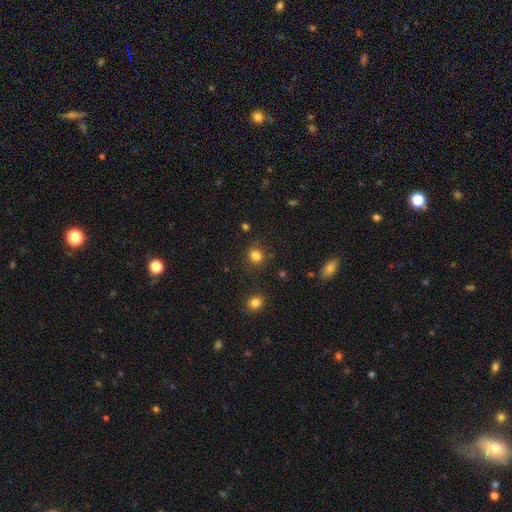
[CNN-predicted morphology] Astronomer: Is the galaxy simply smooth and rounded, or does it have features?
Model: smooth — 83%.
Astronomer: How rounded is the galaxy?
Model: round — 82%.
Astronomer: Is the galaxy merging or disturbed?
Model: none — 84%.